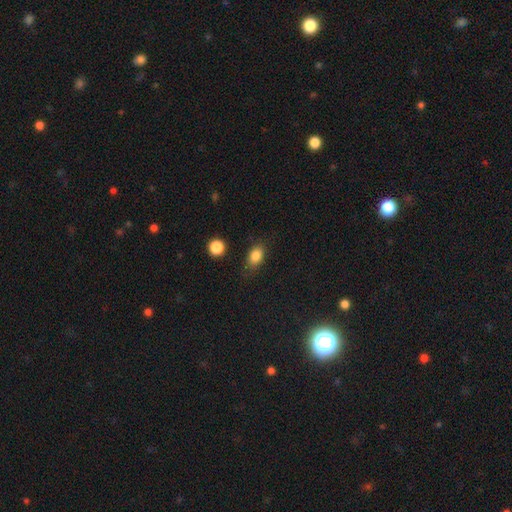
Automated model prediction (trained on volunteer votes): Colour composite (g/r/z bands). It shows a smooth galaxy with no disk features (84%) that is in between round and cigar-shaped (78%). Merging: none (76%).